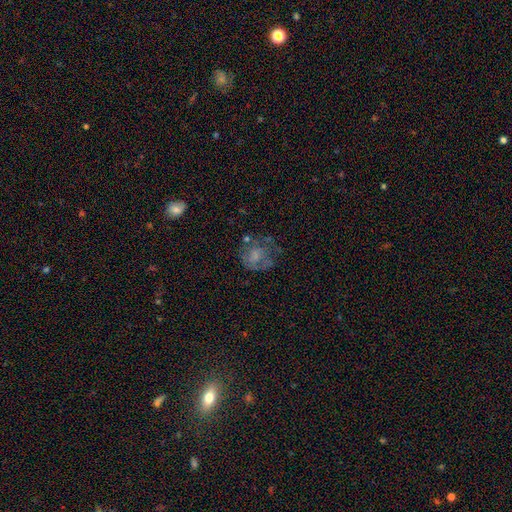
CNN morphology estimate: type=featured or disk (45%); merging=none (44%).